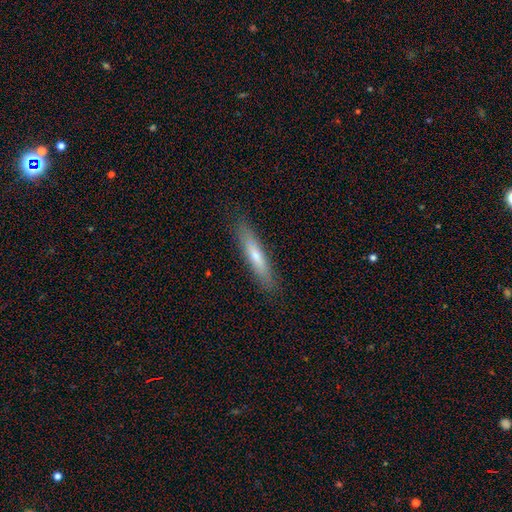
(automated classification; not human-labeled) This appears to be a smooth galaxy with no disk features (62%) that is cigar-shaped (87%). Merging: none (89%).